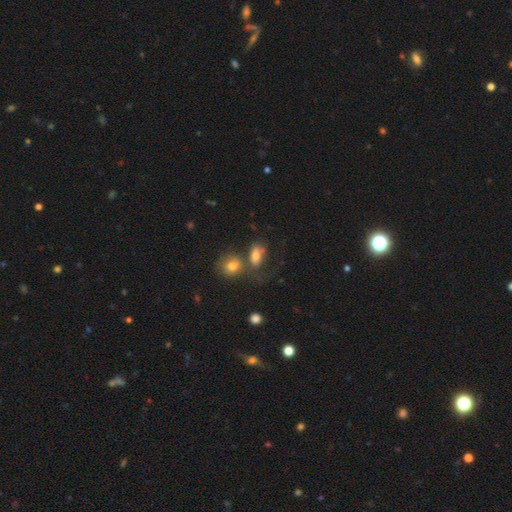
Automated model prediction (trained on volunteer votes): smooth-or-featured: smooth: 75% | featured or disk: 14% | star or artifact: 11%
  how-rounded: in between: 83% | round: 13% | cigar-shaped: 5%
  merging: none: 39% | merger: 33% | minor disturbance: 16% | major disturbance: 12%